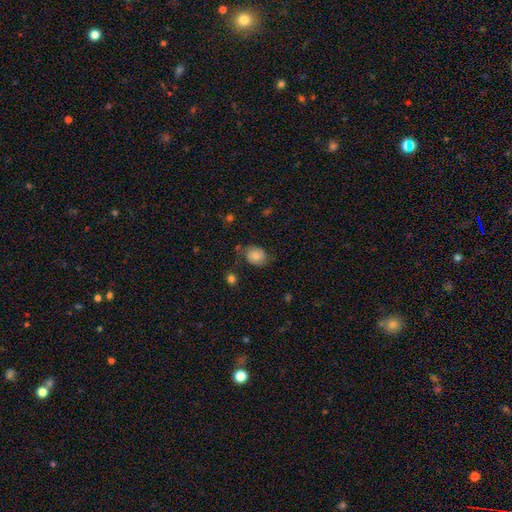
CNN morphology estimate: This appears to be a smooth galaxy with no disk features (70%) that is in between round and cigar-shaped (53%). Merging: none (66%).